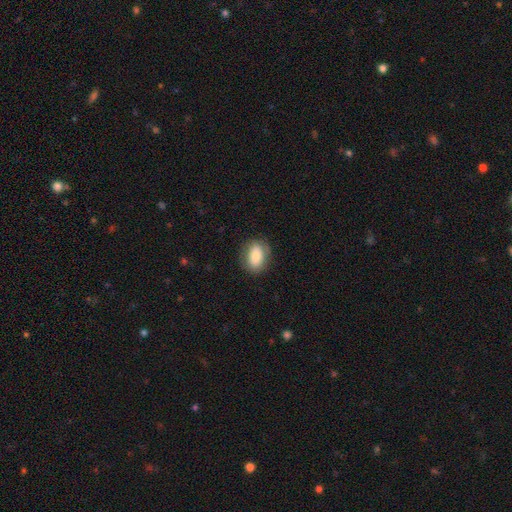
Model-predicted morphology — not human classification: Smooth or featured? Predicted: smooth (p=0.79). How rounded? Predicted: in between (p=0.79). Merging? Predicted: none (p=0.80).